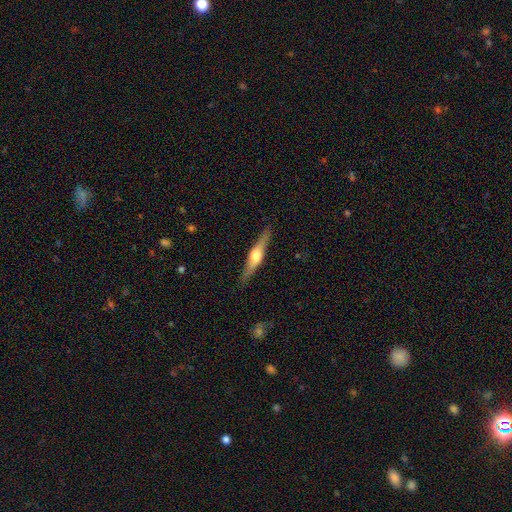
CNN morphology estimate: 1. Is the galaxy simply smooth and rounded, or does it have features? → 68% featured or disk, 27% smooth, 5% star or artifact.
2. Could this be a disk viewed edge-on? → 97% yes, 3% no.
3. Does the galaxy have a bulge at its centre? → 93% rounded, 4% boxy, 3% none.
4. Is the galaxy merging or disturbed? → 89% none, 8% minor disturbance, 2% major disturbance, 1% merger.